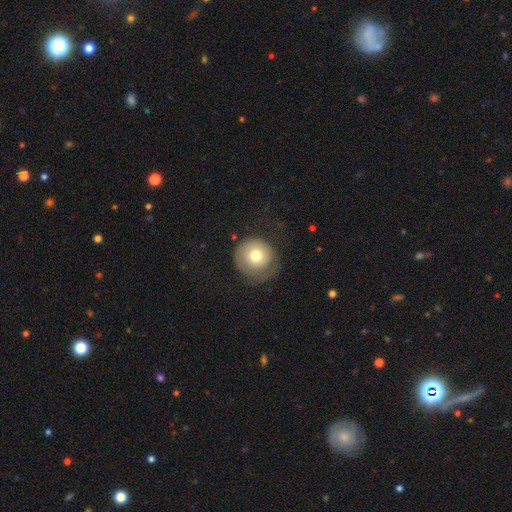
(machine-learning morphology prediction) smooth_or_featured: smooth (p=0.71) [alt: featured or disk p=0.20]
how_rounded: round (p=0.93) [alt: in between p=0.07]
merging: none (p=0.57) [alt: minor disturbance p=0.23]